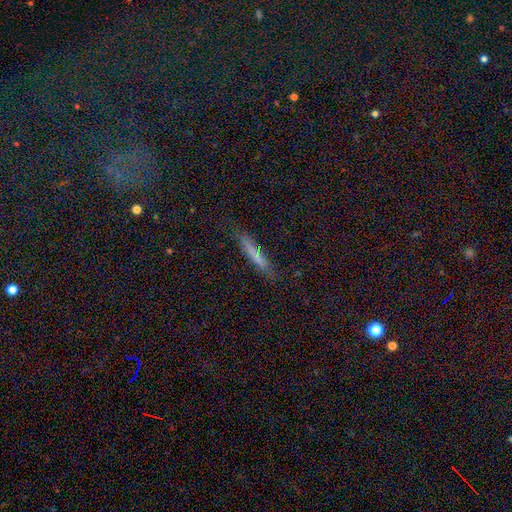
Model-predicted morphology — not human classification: Smooth or featured: smooth — 68% (featured or disk — 22%)
How rounded: cigar-shaped — 93% (in between — 6%)
Merging: none — 82% (minor disturbance — 13%)